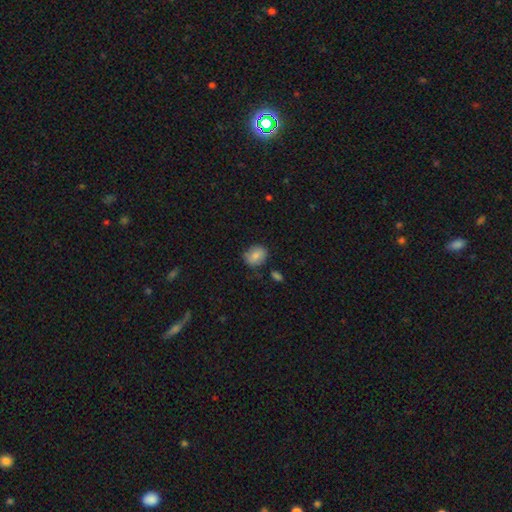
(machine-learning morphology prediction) A smooth galaxy with no disk features (77%) that is round (55%). Merging: none (70%).